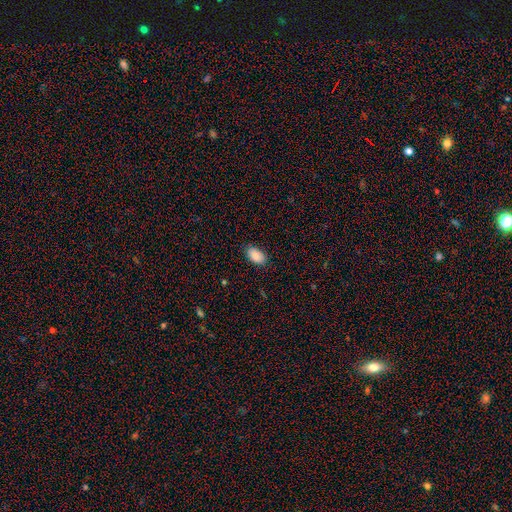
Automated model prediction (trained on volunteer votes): smooth 89%, star or artifact 7%, featured or disk 4%. Down the decision tree: how rounded — in between (94%); merging — none (85%).